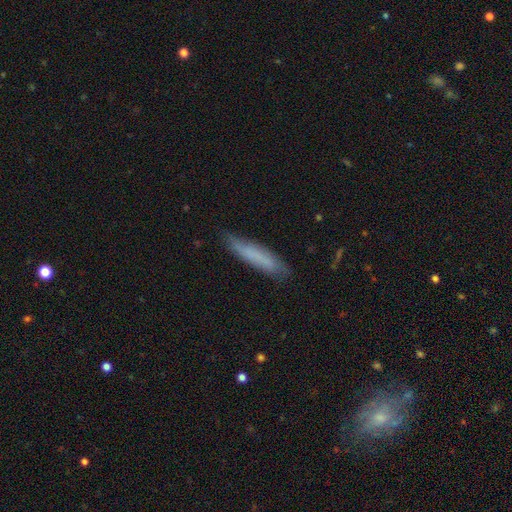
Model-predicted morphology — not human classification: smooth_or_featured: smooth (p=0.68) [alt: featured or disk p=0.25]
how_rounded: cigar-shaped (p=0.86) [alt: in between p=0.12]
merging: none (p=0.79) [alt: minor disturbance p=0.17]